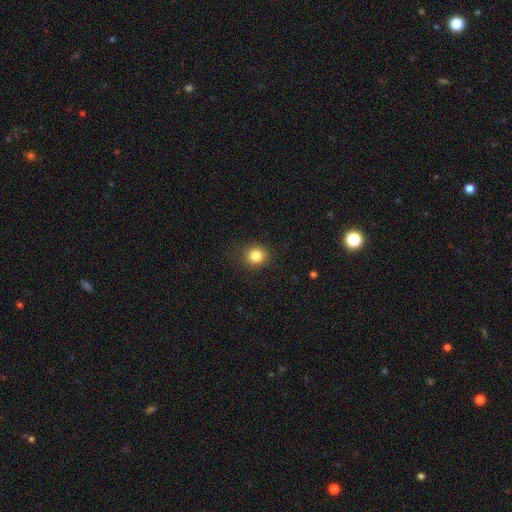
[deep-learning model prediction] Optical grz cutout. It shows a smooth galaxy with no disk features (83%) that is round (86%). Merging: none (88%).